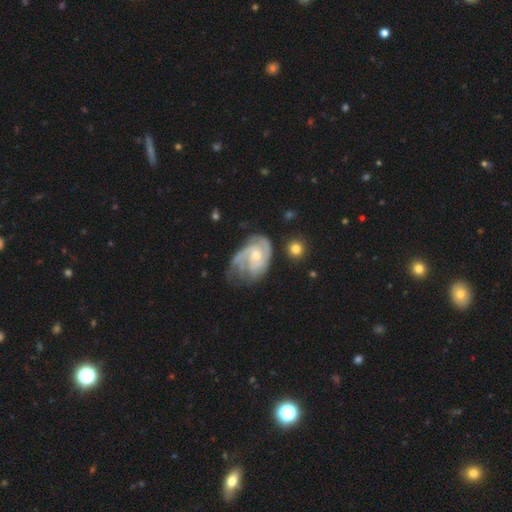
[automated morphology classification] type=featured or disk (83%); edge-on=no (97%); bar=no (64%); spiral arms=yes (93%); winding=tight (47%); arm count=2 (30%); bulge=moderate (52%); merging=none (39%).